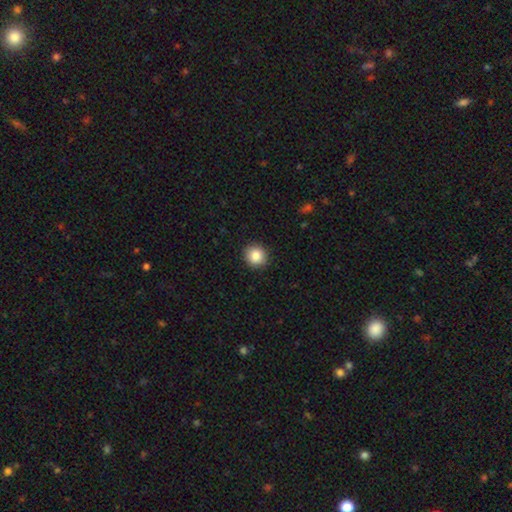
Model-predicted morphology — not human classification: This is clearly a smooth galaxy (86%). How rounded: clearly round (89%). Merging: clearly none (91%).